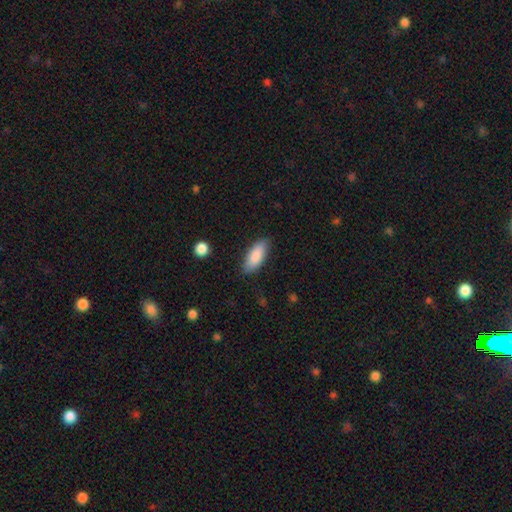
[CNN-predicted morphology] Smooth or featured? Predicted: smooth (p=0.87). How rounded? Predicted: in between (p=0.79). Merging? Predicted: none (p=0.84).